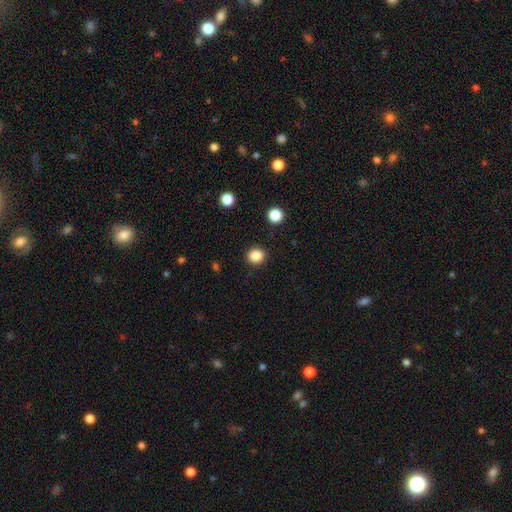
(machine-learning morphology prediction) Smooth or featured: smooth — 86% (star or artifact — 11%)
How rounded: round — 85% (in between — 14%)
Merging: none — 91% (minor disturbance — 6%)